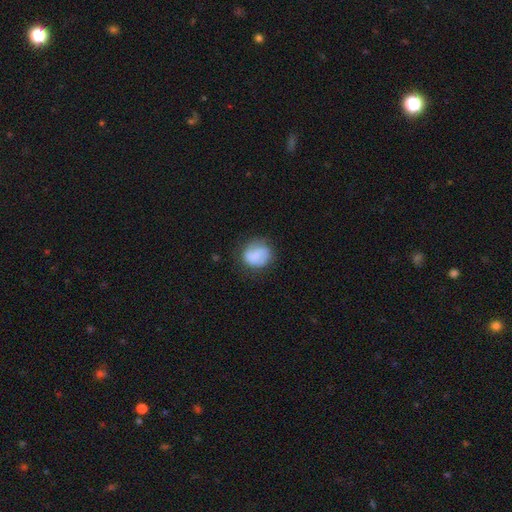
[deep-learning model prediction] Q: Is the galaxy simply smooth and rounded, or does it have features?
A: smooth — 71%.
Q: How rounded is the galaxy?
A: round — 71%.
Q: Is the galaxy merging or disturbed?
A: none — 64%.